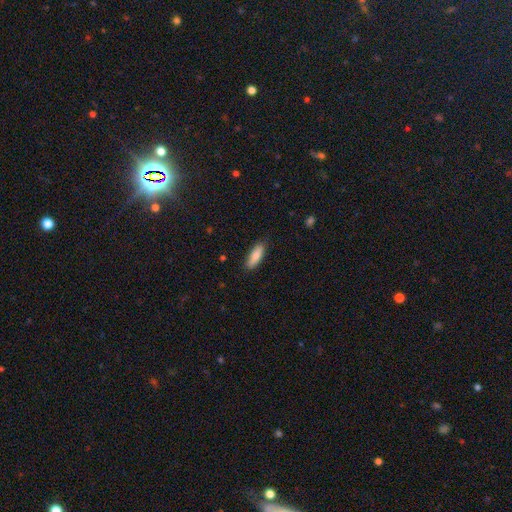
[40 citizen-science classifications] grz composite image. It shows a smooth galaxy with no disk features (90%) that is in between round and cigar-shaped (50%, tied with cigar-shaped). Merging: none (76%).